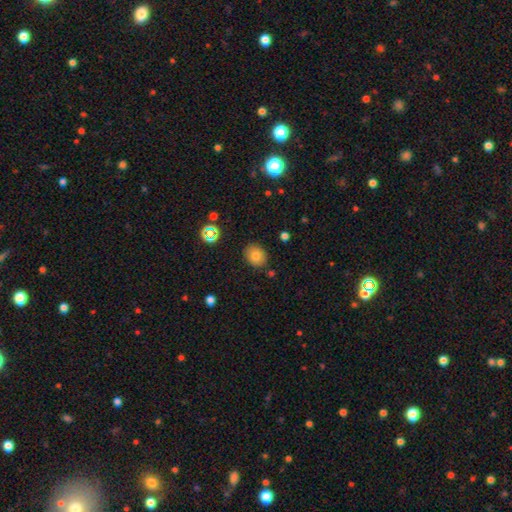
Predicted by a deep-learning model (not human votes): Overall: smooth (76%). How rounded: round (63%; in between 36%). Merging: none (84%).